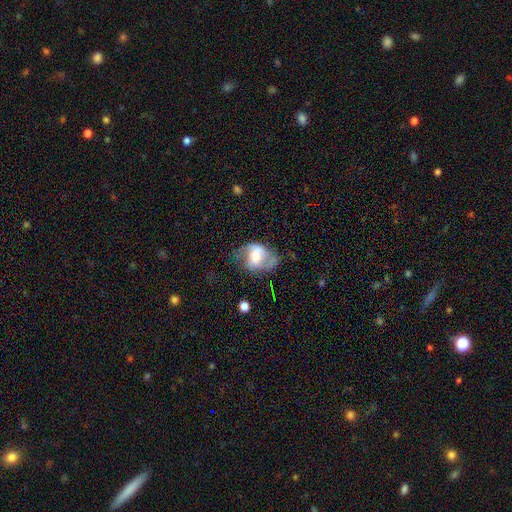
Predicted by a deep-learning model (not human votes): Overall: featured or disk (62%; smooth 30%). Edge-on disk: no (95%). Bar: weak (40%; no 37%). Spiral arms: yes (74%). Bulge size: moderate (52%; small 24%). Merging: none (51%; minor disturbance 26%).